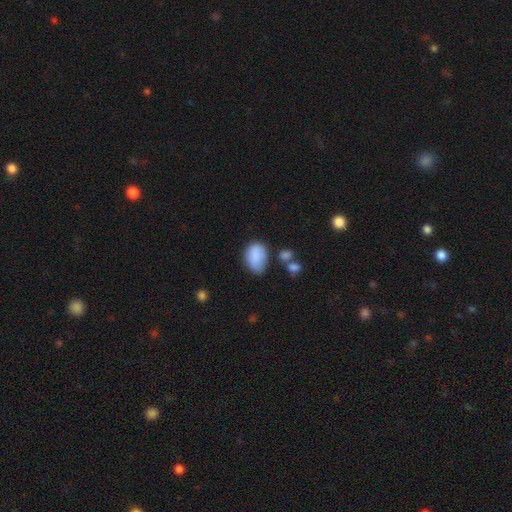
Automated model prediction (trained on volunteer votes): This appears to be a smooth galaxy with no disk features (84%) that is in between round and cigar-shaped (83%). Merging: none (50%).